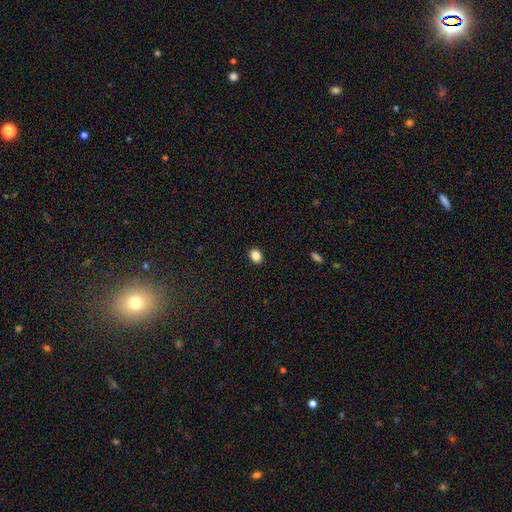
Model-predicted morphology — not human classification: This is clearly a smooth galaxy (86%). How rounded: likely in between (62%). Merging: clearly none (91%).